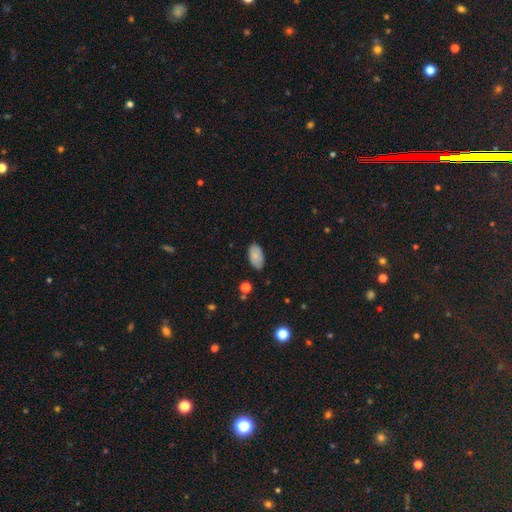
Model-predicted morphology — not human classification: This appears to be a smooth galaxy with no disk features (83%) that is in between round and cigar-shaped (94%). Merging: none (79%).